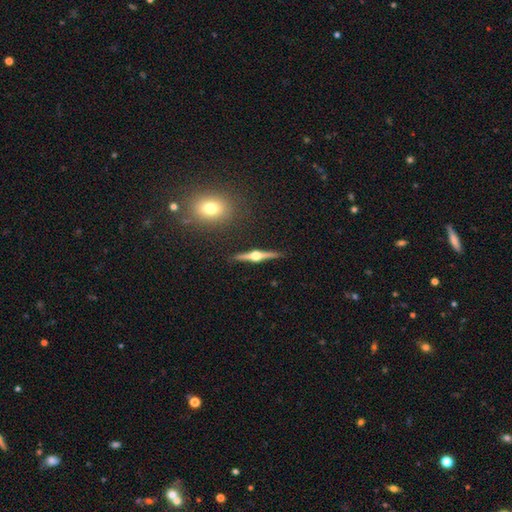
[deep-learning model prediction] The model was most divided on "smooth or featured": featured or disk: 84%, smooth: 11%, star or artifact: 6%. More confident: edge-on disk — yes (98%); edge-on bulge — rounded (96%); merging — none (90%).